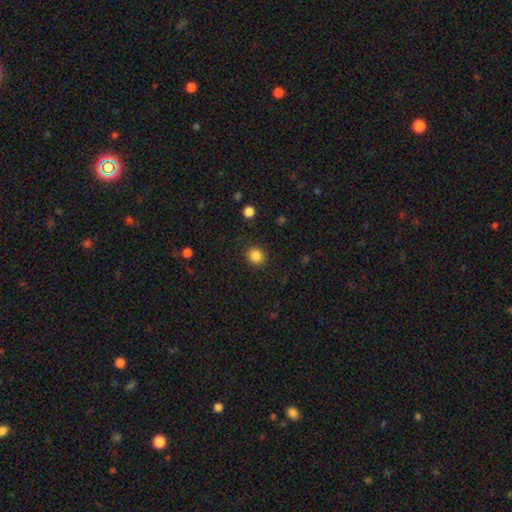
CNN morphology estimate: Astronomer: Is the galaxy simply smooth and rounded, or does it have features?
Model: smooth — 86%.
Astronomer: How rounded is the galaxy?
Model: round — 80%.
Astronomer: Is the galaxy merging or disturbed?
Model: none — 89%.